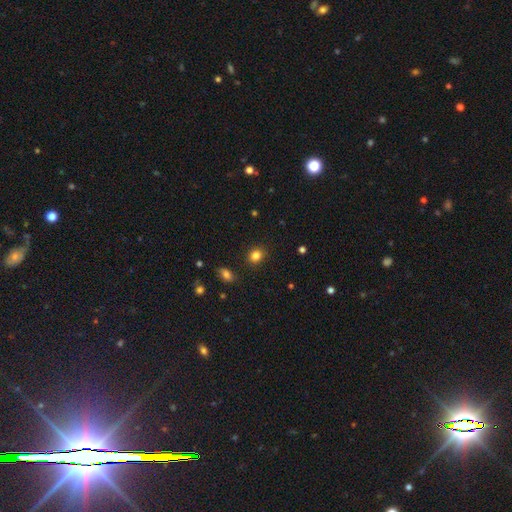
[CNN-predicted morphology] This appears to be a smooth galaxy with no disk features (83%) that is round (74%). Merging: none (89%).